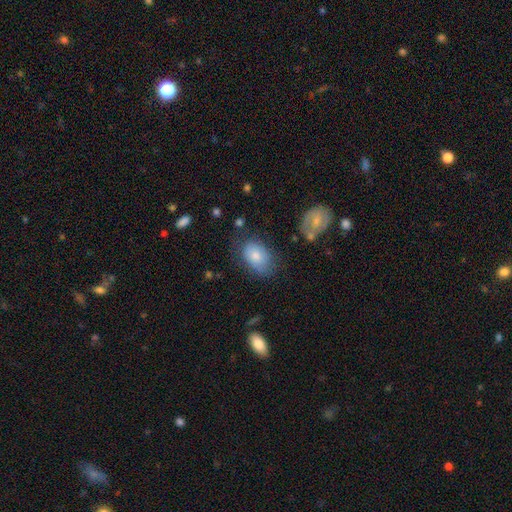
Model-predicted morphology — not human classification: Overall: smooth (75%). How rounded: in between (85%). Merging: none (60%; minor disturbance 26%).